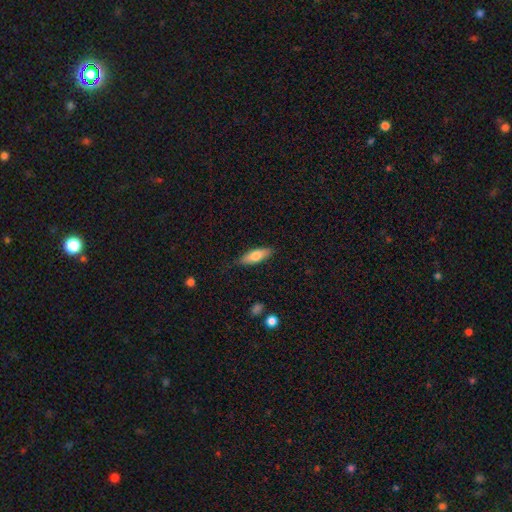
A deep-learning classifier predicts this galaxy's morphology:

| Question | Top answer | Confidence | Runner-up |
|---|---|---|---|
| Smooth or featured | smooth | 73% | featured or disk (21%) |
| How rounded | in between | 57% | cigar-shaped (40%) |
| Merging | none | 82% | minor disturbance (14%) |